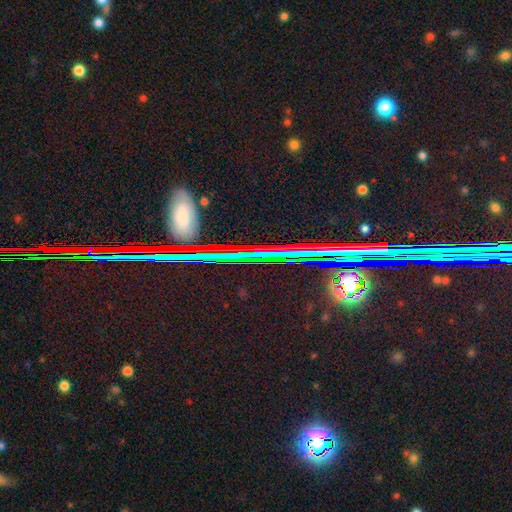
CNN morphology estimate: Overall: star or artifact (75%).